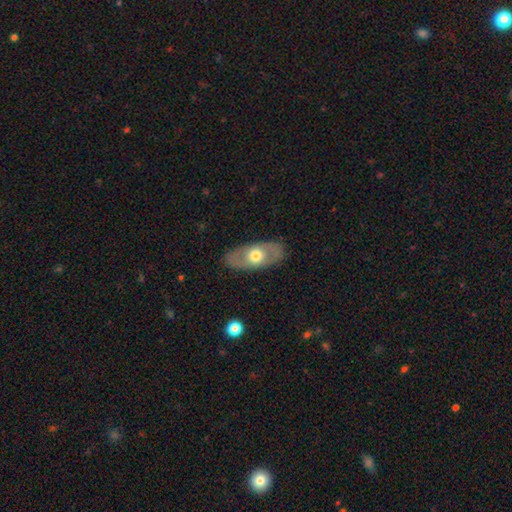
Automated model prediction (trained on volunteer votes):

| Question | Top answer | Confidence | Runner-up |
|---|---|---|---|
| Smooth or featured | smooth | 49% | featured or disk (46%) |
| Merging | none | 86% | minor disturbance (10%) |